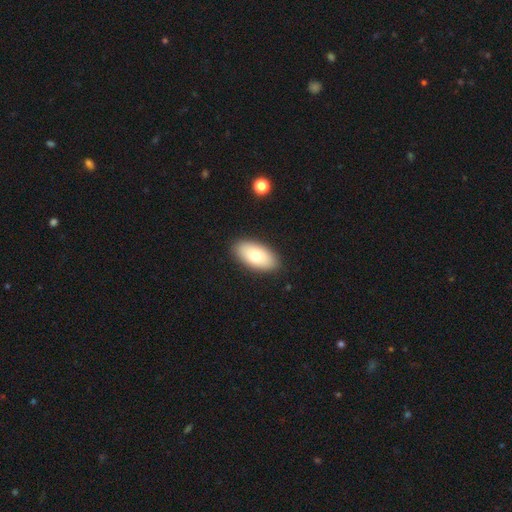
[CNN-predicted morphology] smooth_or_featured: smooth (p=0.71) [alt: featured or disk p=0.22]
how_rounded: in between (p=0.93) [alt: round p=0.03]
merging: none (p=0.89) [alt: minor disturbance p=0.08]